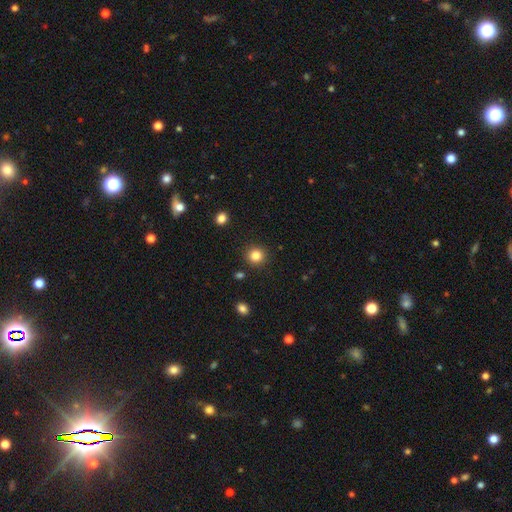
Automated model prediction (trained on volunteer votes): Smooth or featured: smooth — 84% (star or artifact — 11%)
How rounded: round — 92% (in between — 7%)
Merging: none — 90% (minor disturbance — 6%)